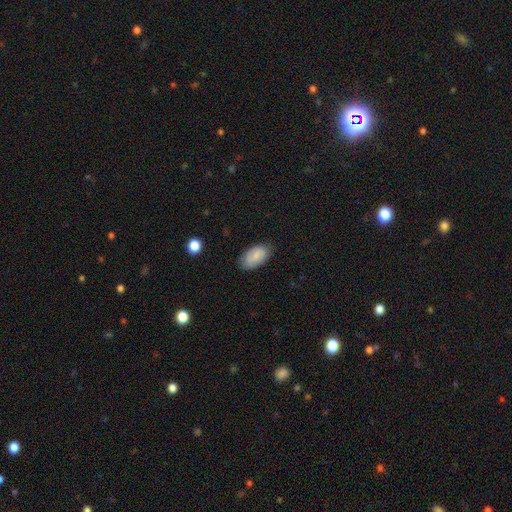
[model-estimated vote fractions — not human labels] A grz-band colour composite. It shows a smooth galaxy with no disk features (81%) that is in between round and cigar-shaped (94%). Merging: none (78%).